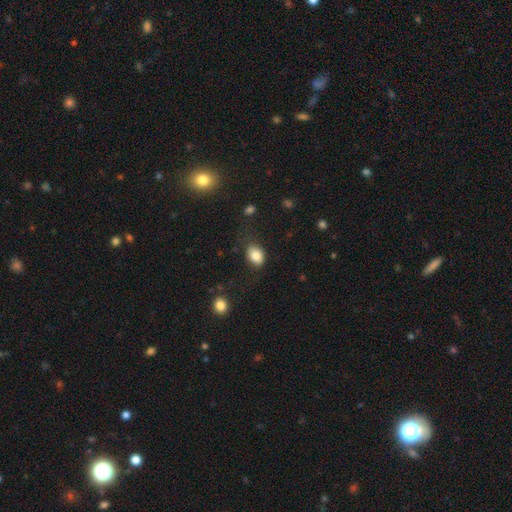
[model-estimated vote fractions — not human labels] This is clearly a smooth galaxy (85%). How rounded: likely in between (71%). Merging: likely none (70%).